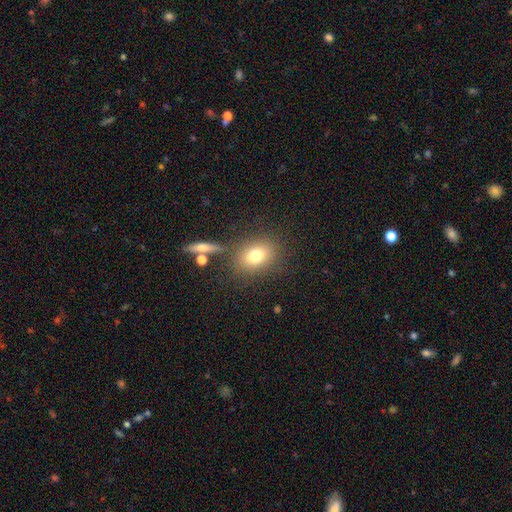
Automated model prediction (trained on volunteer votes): Smooth or featured?
  - smooth: 76% *
  - featured or disk: 12%
  - star or artifact: 12%
How rounded?
  - in between: 61% *
  - round: 37%
  - cigar-shaped: 2%
Merging?
  - none: 78% *
  - minor disturbance: 11%
  - merger: 7%
  - major disturbance: 5%